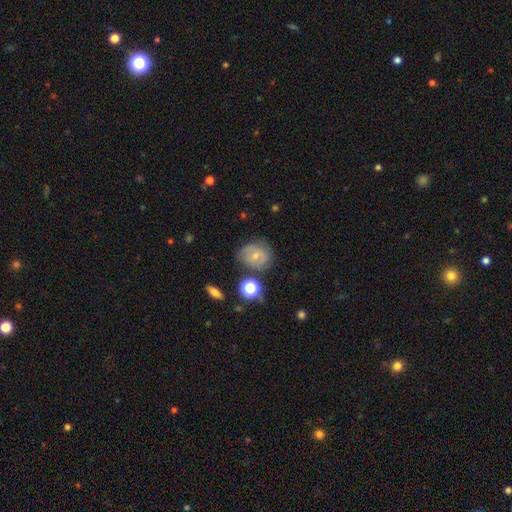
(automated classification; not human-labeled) Smooth or featured: smooth — 58% (featured or disk — 31%)
How rounded: round — 65% (in between — 33%)
Merging: none — 68% (minor disturbance — 19%)